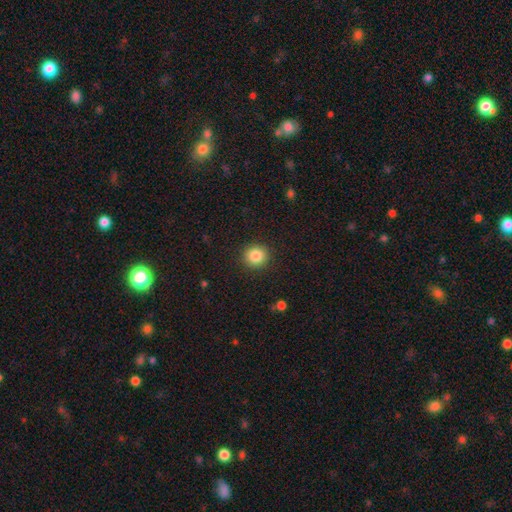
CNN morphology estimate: type=smooth (85%); roundness=round (91%); merging=none (91%).